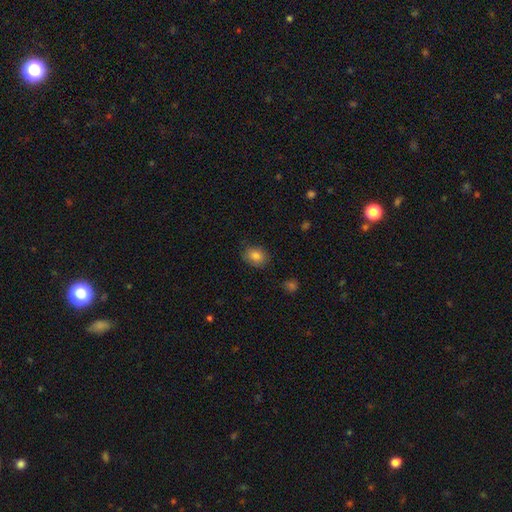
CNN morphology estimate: Smooth or featured?
  - smooth: 84% *
  - star or artifact: 9%
  - featured or disk: 7%
How rounded?
  - in between: 64% *
  - round: 35%
  - cigar-shaped: 1%
Merging?
  - none: 81% *
  - minor disturbance: 15%
  - major disturbance: 3%
  - merger: 1%